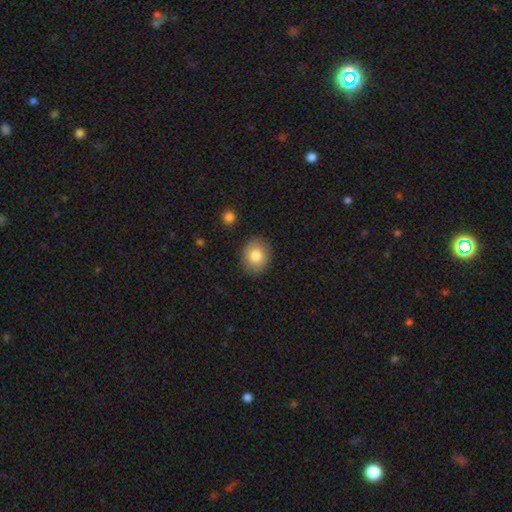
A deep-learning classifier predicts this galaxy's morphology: The model was most divided on "how rounded": round: 60%, in between: 39%, cigar-shaped: 1%. More confident: merging — none (87%); smooth or featured — smooth (81%).